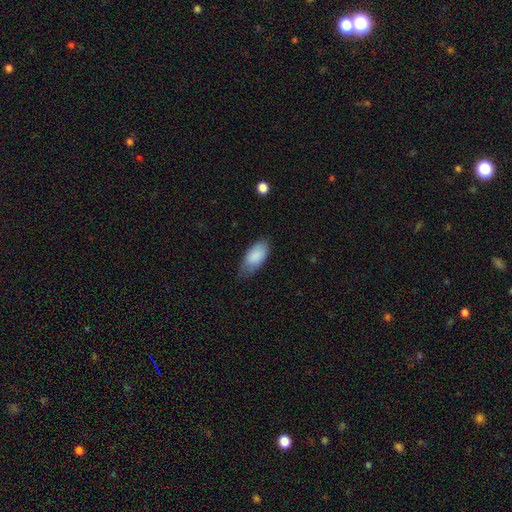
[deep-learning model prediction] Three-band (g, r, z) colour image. It shows a smooth galaxy with no disk features (87%) that is in between round and cigar-shaped (92%). Merging: none (56%).